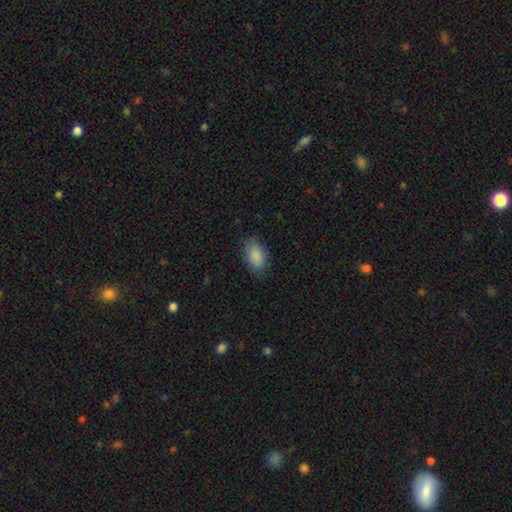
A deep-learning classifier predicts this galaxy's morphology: type=smooth (89%); roundness=in between (92%); merging=none (83%).